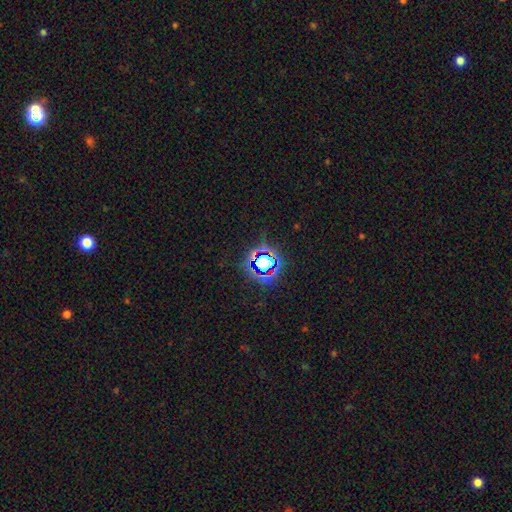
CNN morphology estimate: smooth-or-featured: star or artifact: 76% | smooth: 15% | featured or disk: 10%